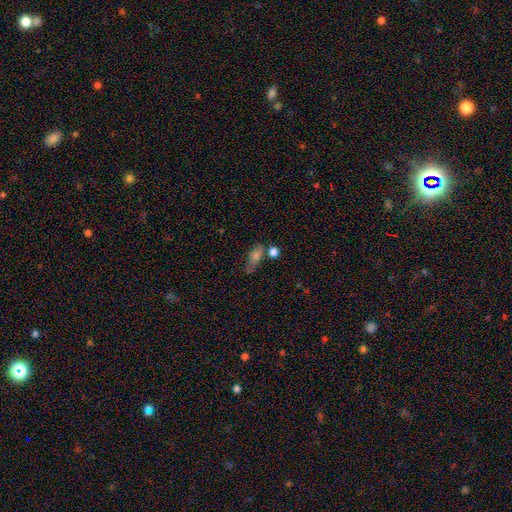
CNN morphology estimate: Overall: smooth (66%). How rounded: in between (69%). Merging: none (49%; minor disturbance 24%).